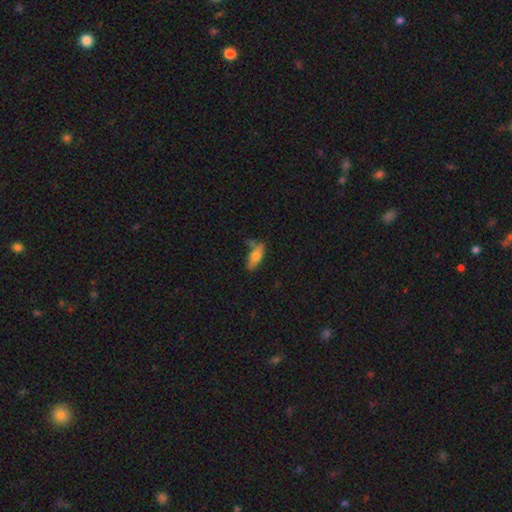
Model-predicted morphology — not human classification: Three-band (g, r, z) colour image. It shows a smooth galaxy with no disk features (66%) that is in between round and cigar-shaped (67%). Merging: none (55%).